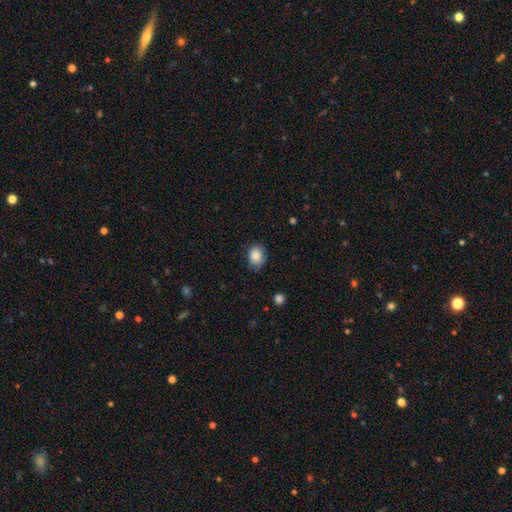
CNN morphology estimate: smooth-or-featured: smooth: 86% | star or artifact: 8% | featured or disk: 6%
  how-rounded: in between: 55% | round: 44% | cigar-shaped: 1%
  merging: none: 76% | minor disturbance: 19% | major disturbance: 4% | merger: 1%